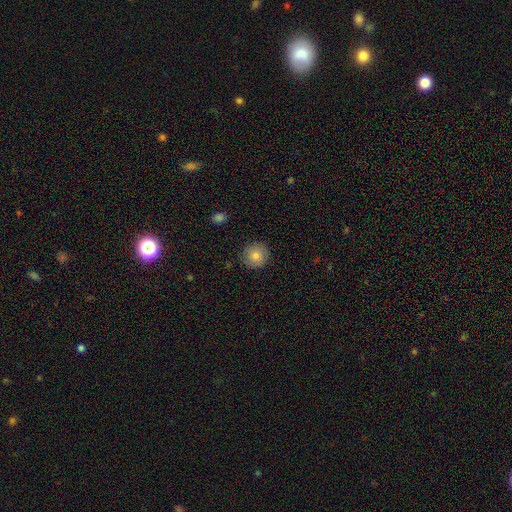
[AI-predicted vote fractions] This appears to be a smooth galaxy with no disk features (81%) that is round (94%). Merging: none (87%).